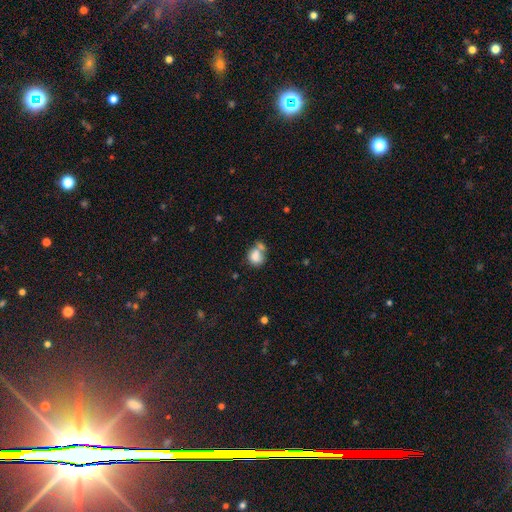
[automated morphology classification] Q: Smooth or featured?
A: smooth (79%); runner-up: featured or disk (12%)
Q: How rounded?
A: round (57%); runner-up: in between (42%)
Q: Merging?
A: merger (45%); runner-up: none (32%)